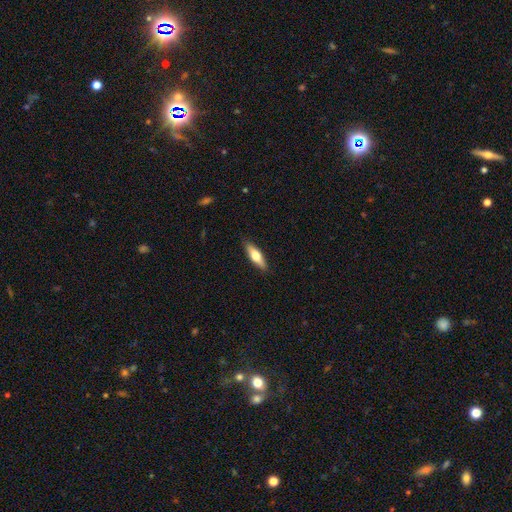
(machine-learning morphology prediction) smooth 58%, featured or disk 36%, star or artifact 6%. Down the decision tree: how rounded — cigar-shaped (58%); merging — none (88%).